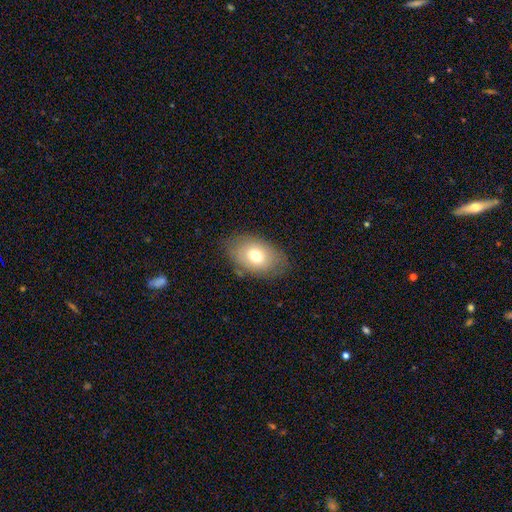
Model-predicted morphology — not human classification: smooth_or_featured: smooth (p=0.71) [alt: featured or disk p=0.20]
how_rounded: in between (p=0.86) [alt: round p=0.13]
merging: none (p=0.79) [alt: minor disturbance p=0.15]